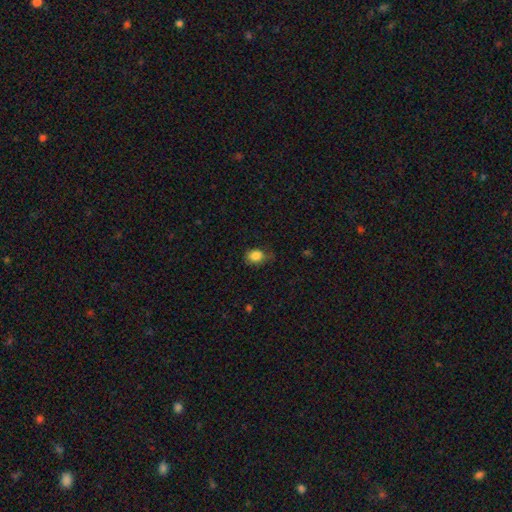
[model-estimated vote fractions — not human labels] A smooth galaxy with no disk features (86%) that is in between round and cigar-shaped (53%).

Vote fractions:
- Smooth or featured? smooth: 86% / star or artifact: 9% / featured or disk: 5%
- How rounded? in between: 53% / round: 46% / cigar-shaped: 1%
- Merging? none: 64% / minor disturbance: 28% / major disturbance: 7% / merger: 1%